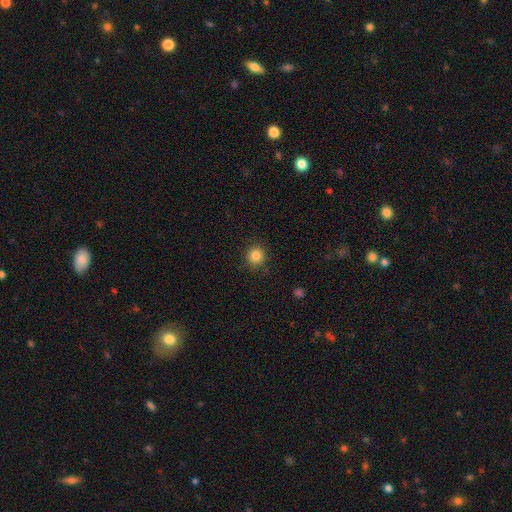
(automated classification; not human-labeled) smooth 85%, star or artifact 11%, featured or disk 4%. Down the decision tree: how rounded — round (91%); merging — none (89%).